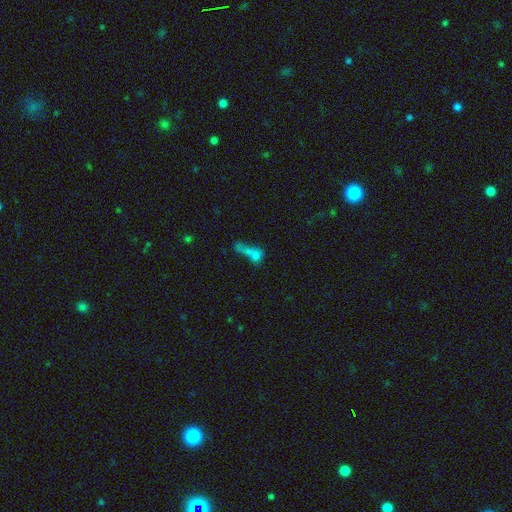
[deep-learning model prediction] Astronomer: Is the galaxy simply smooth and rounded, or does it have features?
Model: smooth — 59%.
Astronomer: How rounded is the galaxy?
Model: in between — 45% (runner-up: round, 37%).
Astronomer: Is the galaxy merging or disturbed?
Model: merger — 57%.